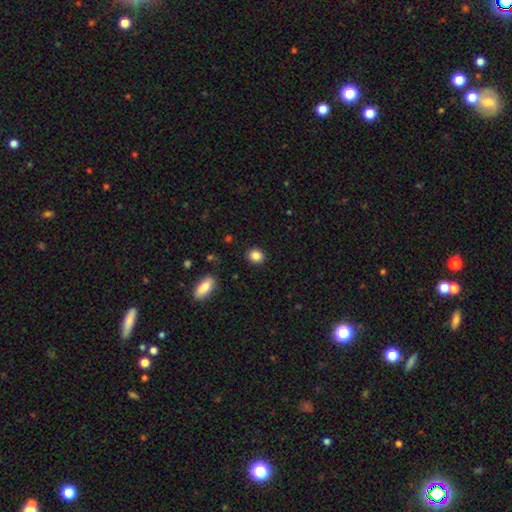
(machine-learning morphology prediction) Smooth or featured?
  - smooth: 87% *
  - star or artifact: 9%
  - featured or disk: 4%
How rounded?
  - round: 65% *
  - in between: 33%
  - cigar-shaped: 1%
Merging?
  - none: 90% *
  - minor disturbance: 7%
  - major disturbance: 2%
  - merger: 1%